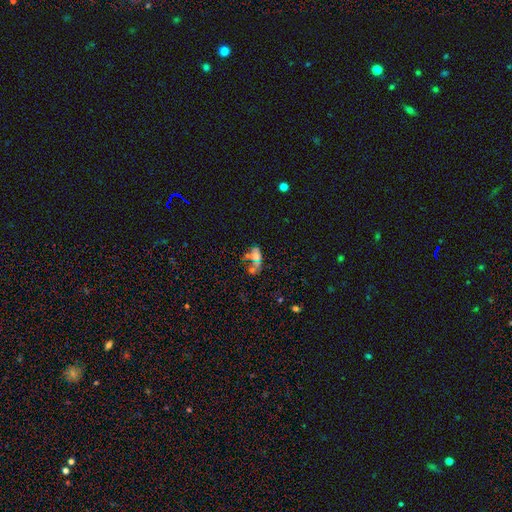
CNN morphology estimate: This appears to be a smooth galaxy with no disk features (51%) that is in between round and cigar-shaped (77%). Merging: merger (39%).